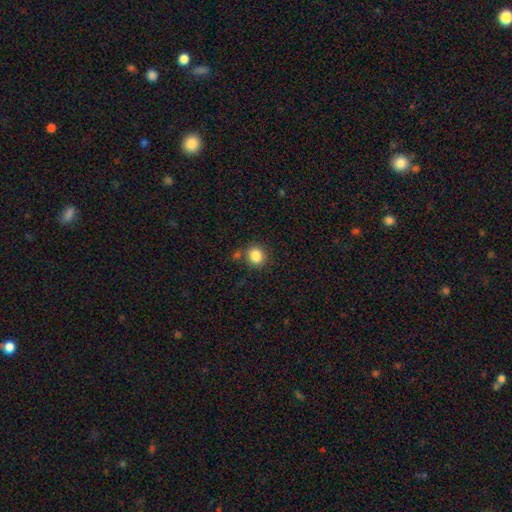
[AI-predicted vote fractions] Smooth or featured? Predicted: smooth (p=0.85). How rounded? Predicted: round (p=0.82). Merging? Predicted: none (p=0.77).